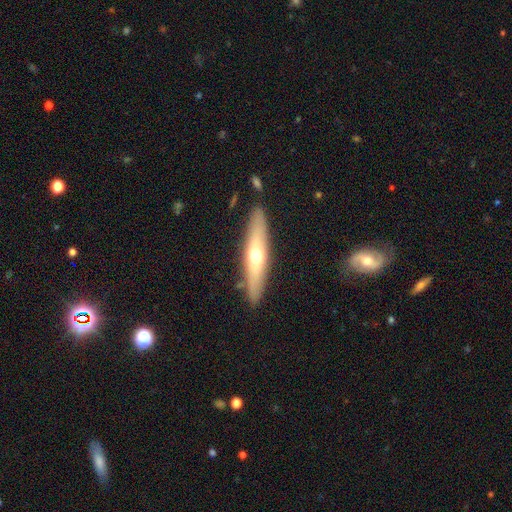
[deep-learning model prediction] This appears to be a featured or disk galaxy (48%). Merging: none (87%).